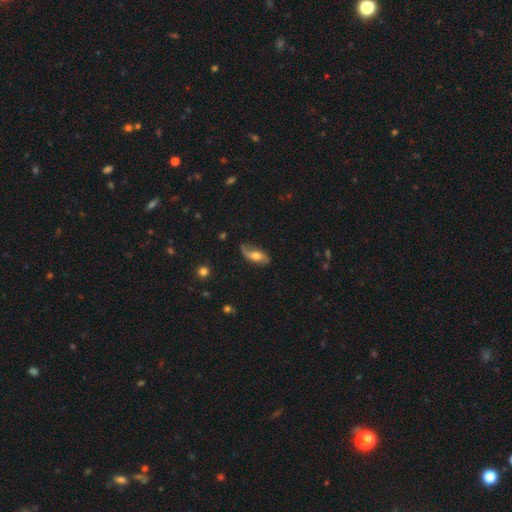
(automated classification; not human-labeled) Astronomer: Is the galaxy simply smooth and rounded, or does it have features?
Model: featured or disk — 55% (runner-up: smooth, 38%).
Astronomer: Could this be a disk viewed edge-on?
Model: no — 83%.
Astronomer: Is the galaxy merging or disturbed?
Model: none — 65%.